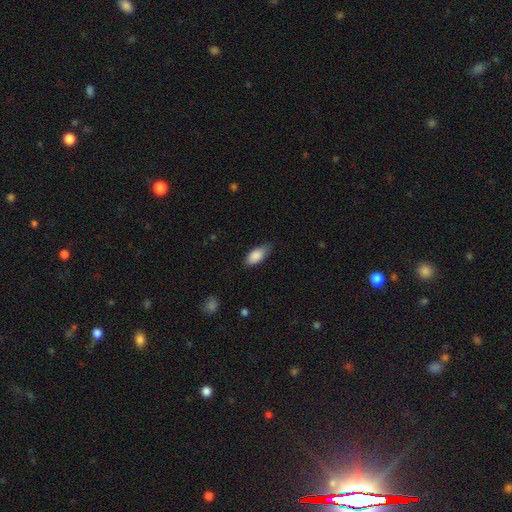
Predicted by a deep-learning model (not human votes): Smooth or featured?
  - smooth: 87% *
  - star or artifact: 6%
  - featured or disk: 6%
How rounded?
  - in between: 89% *
  - cigar-shaped: 8%
  - round: 3%
Merging?
  - none: 69% *
  - minor disturbance: 26%
  - major disturbance: 4%
  - merger: 1%